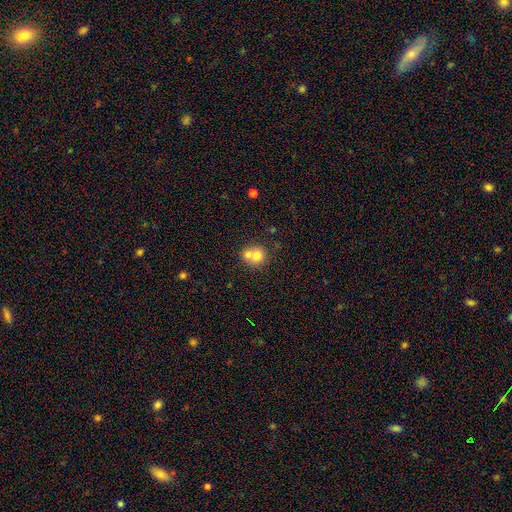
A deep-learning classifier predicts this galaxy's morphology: smooth-or-featured: smooth: 72% | featured or disk: 18% | star or artifact: 10%
  how-rounded: round: 80% | in between: 19% | cigar-shaped: 1%
  merging: merger: 55% | none: 34% | minor disturbance: 8% | major disturbance: 3%